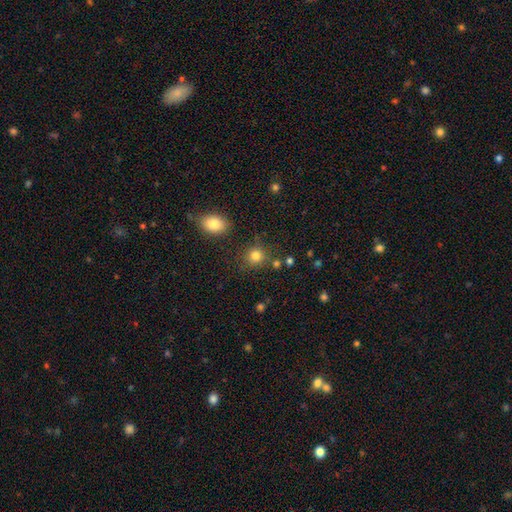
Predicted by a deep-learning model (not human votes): A smooth galaxy with no disk features (82%) that is round (84%).

Vote fractions:
- Smooth or featured? smooth: 82% / star or artifact: 12% / featured or disk: 6%
- How rounded? round: 84% / in between: 15% / cigar-shaped: 1%
- Merging? none: 80% / minor disturbance: 10% / merger: 6% / major disturbance: 4%